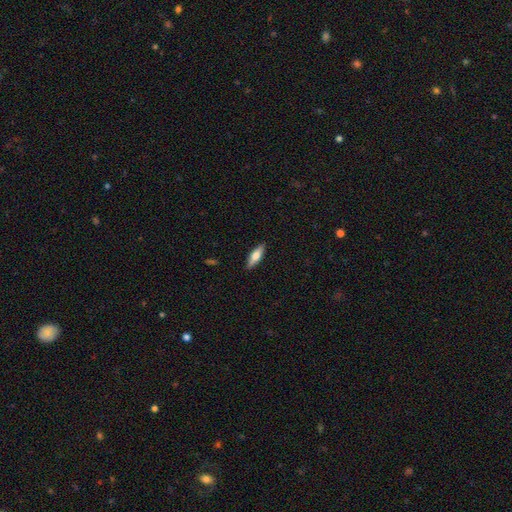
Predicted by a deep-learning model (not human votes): smooth-or-featured: smooth: 60% | featured or disk: 34% | star or artifact: 6%
  how-rounded: cigar-shaped: 54% | in between: 44% | round: 2%
  merging: none: 89% | minor disturbance: 8% | major disturbance: 2% | merger: 1%